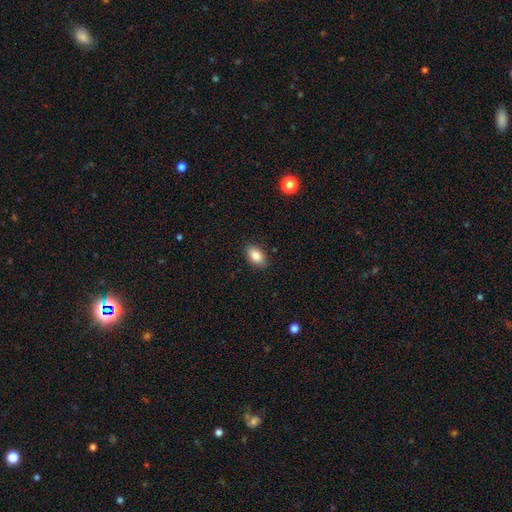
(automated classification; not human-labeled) Overall: smooth (86%). How rounded: in between (91%). Merging: none (88%).